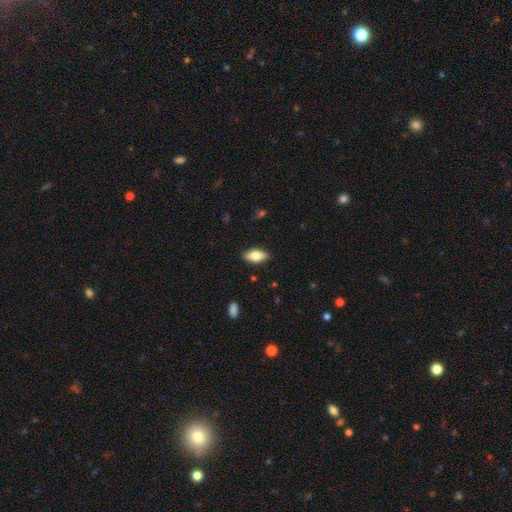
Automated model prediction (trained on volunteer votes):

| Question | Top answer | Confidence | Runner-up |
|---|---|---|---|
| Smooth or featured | smooth | 75% | featured or disk (19%) |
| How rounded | in between | 86% | cigar-shaped (11%) |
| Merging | none | 88% | minor disturbance (9%) |